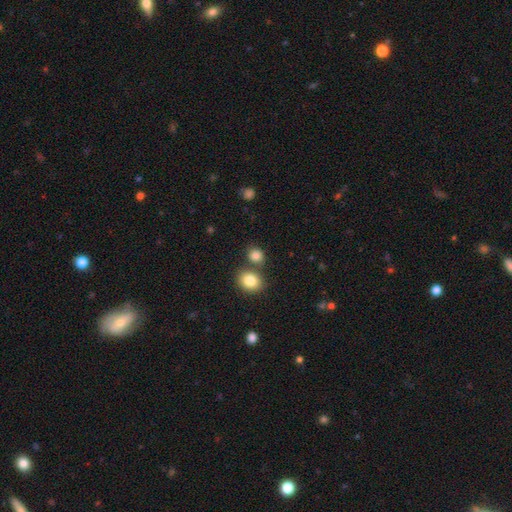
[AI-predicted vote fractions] This appears to be a smooth galaxy with no disk features (84%) that is round (66%). Merging: none (62%).